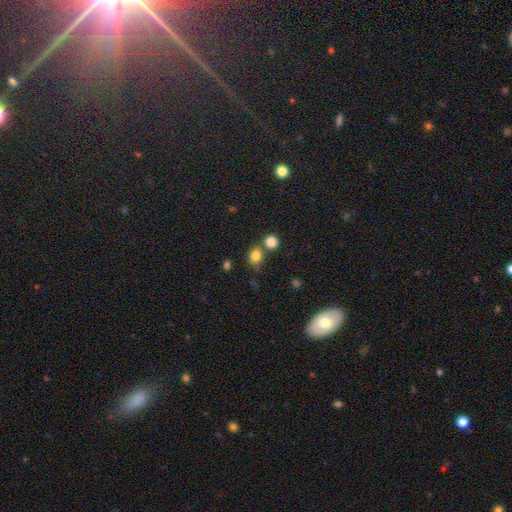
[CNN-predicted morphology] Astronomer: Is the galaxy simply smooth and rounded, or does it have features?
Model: smooth — 82%.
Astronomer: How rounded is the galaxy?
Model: round — 58% (runner-up: in between, 41%).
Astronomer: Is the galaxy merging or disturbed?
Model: none — 60%.